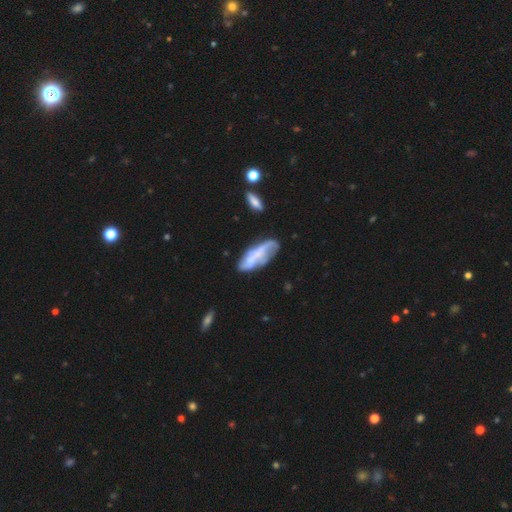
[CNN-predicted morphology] Smooth or featured?
  - featured or disk: 50% *
  - smooth: 43%
  - star or artifact: 8%
Merging?
  - none: 43% *
  - minor disturbance: 27%
  - major disturbance: 19%
  - merger: 11%